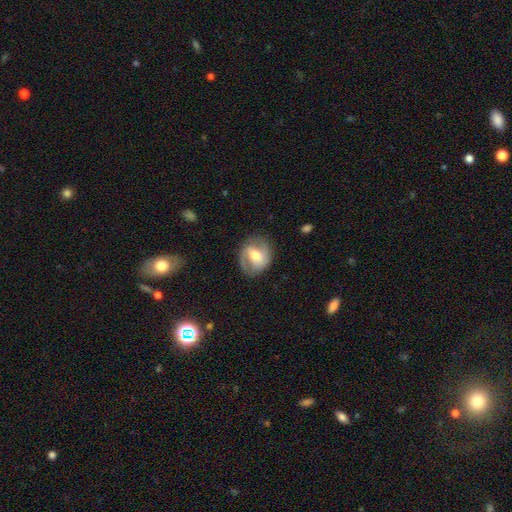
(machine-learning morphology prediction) smooth_or_featured: featured or disk (p=0.63) [alt: smooth p=0.30]
disk_edge_on: no (p=0.96) [alt: yes p=0.04]
bar: weak (p=0.43) [alt: strong p=0.30]
has_spiral_arms: yes (p=0.81) [alt: no p=0.19]
bulge_size: moderate (p=0.65) [alt: small p=0.23]
merging: none (p=0.77) [alt: minor disturbance p=0.15]